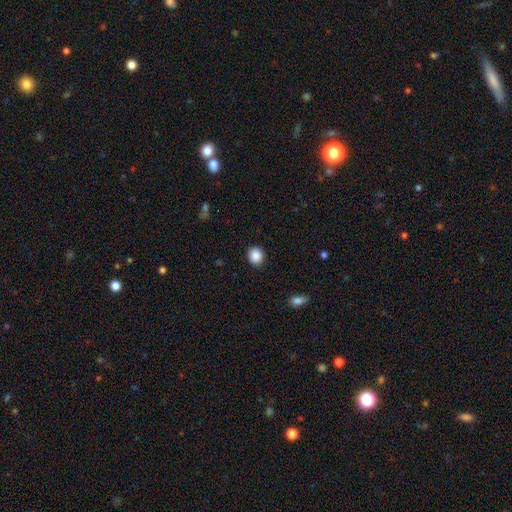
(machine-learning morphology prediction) Q: Smooth or featured?
A: smooth (88%); runner-up: star or artifact (9%)
Q: How rounded?
A: round (80%); runner-up: in between (19%)
Q: Merging?
A: none (91%); runner-up: minor disturbance (6%)